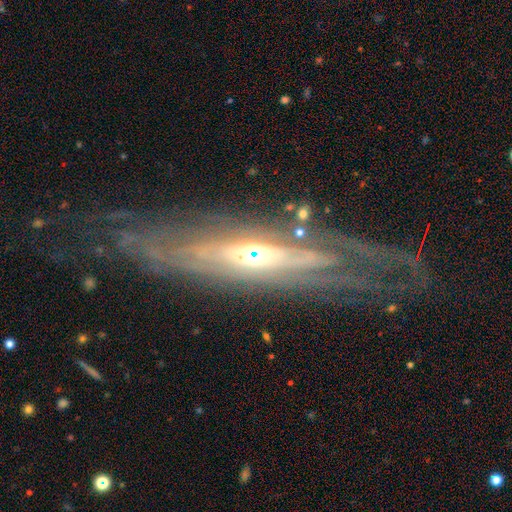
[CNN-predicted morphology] This appears to be a featured or disk galaxy (79%) viewed edge-on (57%). Merging: none (71%).